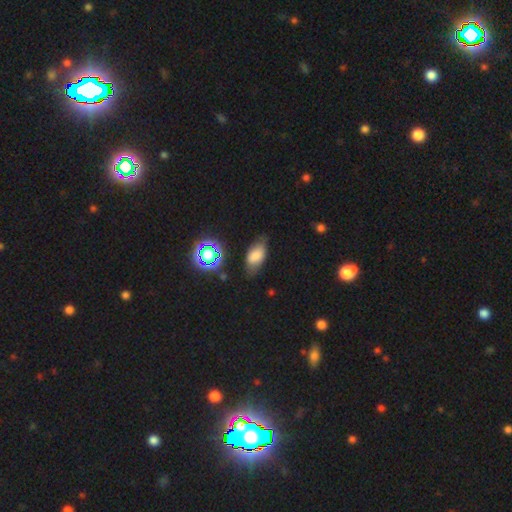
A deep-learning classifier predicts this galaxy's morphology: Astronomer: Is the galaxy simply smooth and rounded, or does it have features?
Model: smooth — 72%.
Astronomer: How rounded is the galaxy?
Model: in between — 90%.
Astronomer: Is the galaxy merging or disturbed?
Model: none — 66%.